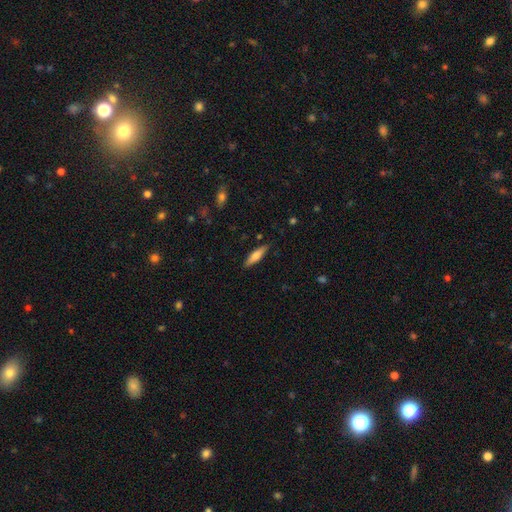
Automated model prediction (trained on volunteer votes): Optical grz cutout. It shows a smooth galaxy with no disk features (62%) that is cigar-shaped (73%). Merging: none (86%).